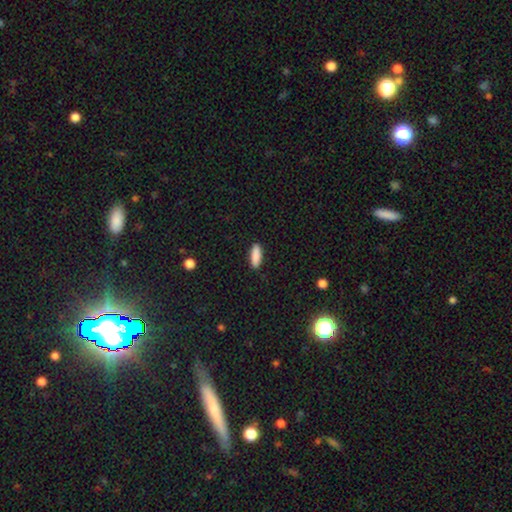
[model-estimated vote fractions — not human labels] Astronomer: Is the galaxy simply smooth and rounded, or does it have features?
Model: smooth — 89%.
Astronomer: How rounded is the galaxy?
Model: in between — 56% (runner-up: cigar-shaped, 42%).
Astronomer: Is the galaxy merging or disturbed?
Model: none — 90%.